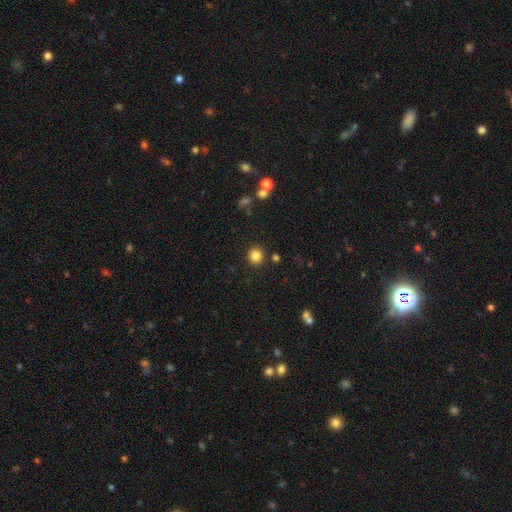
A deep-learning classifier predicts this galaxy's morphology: A smooth galaxy with no disk features (84%) that is round (92%). Merging: none (89%).